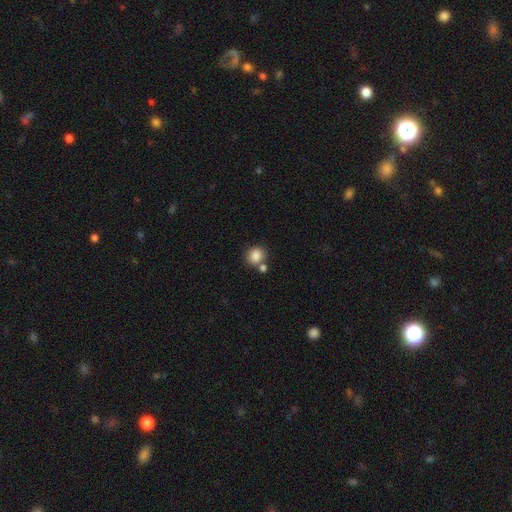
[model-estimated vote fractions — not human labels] The model was most divided on "merging": none: 63%, merger: 23%, minor disturbance: 10%, major disturbance: 4%. More confident: smooth or featured — smooth (85%); how rounded — round (80%).